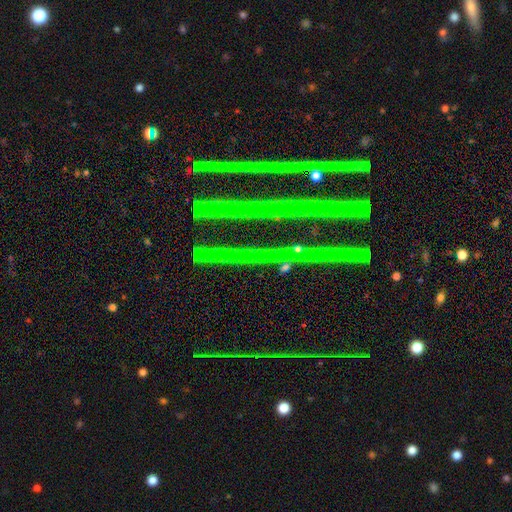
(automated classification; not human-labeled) star or artifact 70%, featured or disk 22%, smooth 7%.